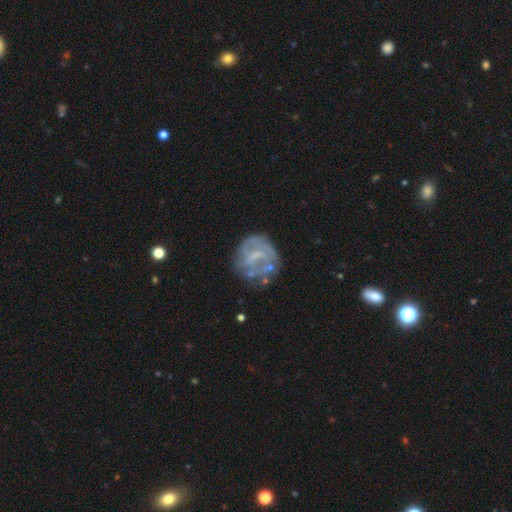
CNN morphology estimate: A featured or disk galaxy (68%) with a weak bar (46%), no spiral arms (53%) and no central bulge (43%).

Vote fractions:
- Smooth or featured? featured or disk: 68% / smooth: 23% / star or artifact: 8%
- Edge-on disk? no: 98% / yes: 2%
- Bar? weak: 46% / no: 37% / strong: 17%
- Spiral arms? no: 53% / yes: 47%
- Bulge size? none: 43% / small: 32% / moderate: 22% / large: 2% / dominant: 1%
- Merging? none: 58% / minor disturbance: 21% / major disturbance: 17% / merger: 5%